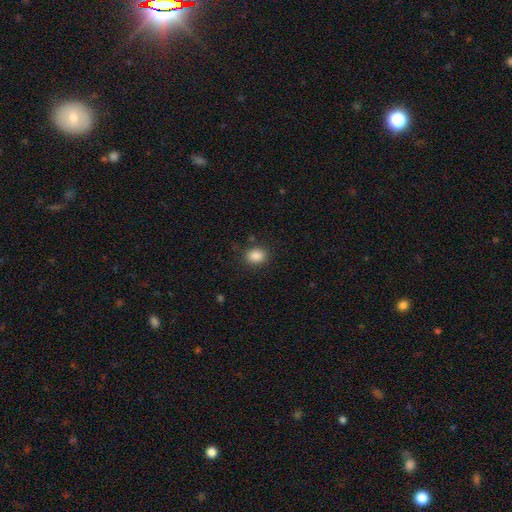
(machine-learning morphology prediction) Smooth or featured? Predicted: smooth (p=0.86). How rounded? Predicted: in between (p=0.51). Merging? Predicted: none (p=0.86).